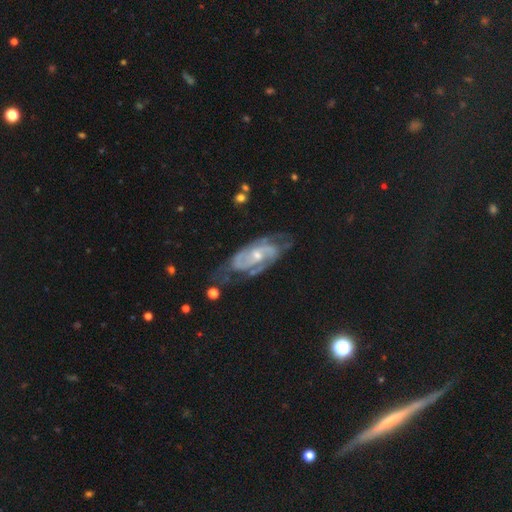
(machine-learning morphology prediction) smooth-or-featured: featured or disk: 86% | smooth: 8% | star or artifact: 6%
  disk-edge-on: no: 94% | yes: 6%
    bar: no: 54% | weak: 36% | strong: 10%
    has-spiral-arms: yes: 95% | no: 5%
      spiral-winding: tight: 51% | medium: 39% | loose: 10%
      spiral-arm-count: 2: 58% | can't tell: 20% | 3: 12% | 4: 4% | 1: 3% | more than 4: 3%
    bulge-size: small: 57% | moderate: 39% | none: 2% | large: 1% | dominant: 1%
  merging: none: 65% | minor disturbance: 22% | major disturbance: 10% | merger: 2%